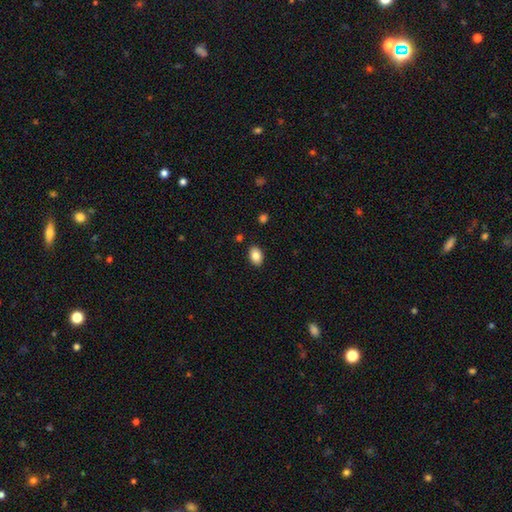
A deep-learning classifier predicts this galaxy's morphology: smooth_or_featured: smooth (p=0.85) [alt: star or artifact p=0.08]
how_rounded: in between (p=0.84) [alt: round p=0.15]
merging: none (p=0.88) [alt: minor disturbance p=0.08]